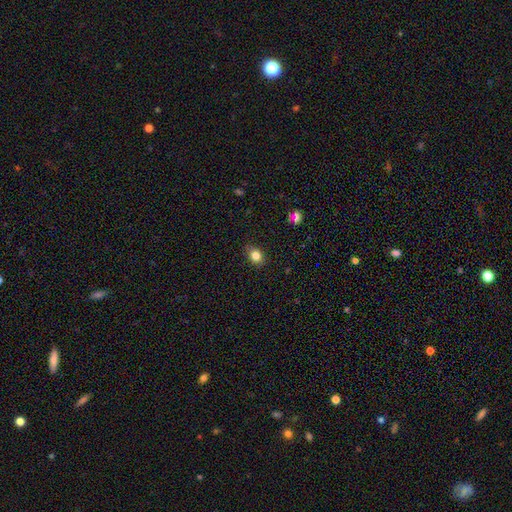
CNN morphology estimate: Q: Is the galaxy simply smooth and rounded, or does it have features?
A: smooth — 82%.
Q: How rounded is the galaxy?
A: in between — 54%.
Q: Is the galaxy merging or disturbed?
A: none — 84%.